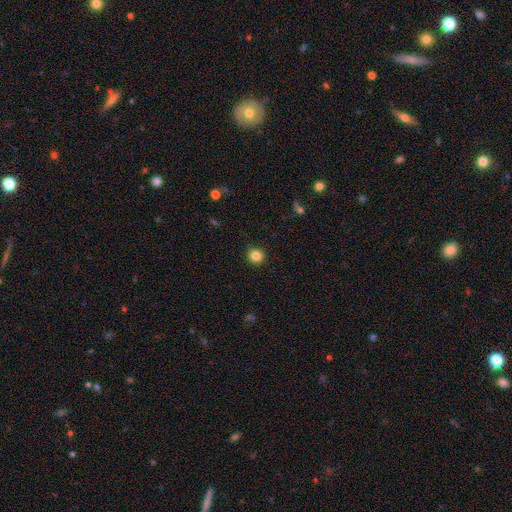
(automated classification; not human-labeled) smooth-or-featured: smooth: 84% | star or artifact: 12% | featured or disk: 4%
  how-rounded: round: 93% | in between: 6% | cigar-shaped: 1%
  merging: none: 91% | minor disturbance: 6% | major disturbance: 2% | merger: 1%